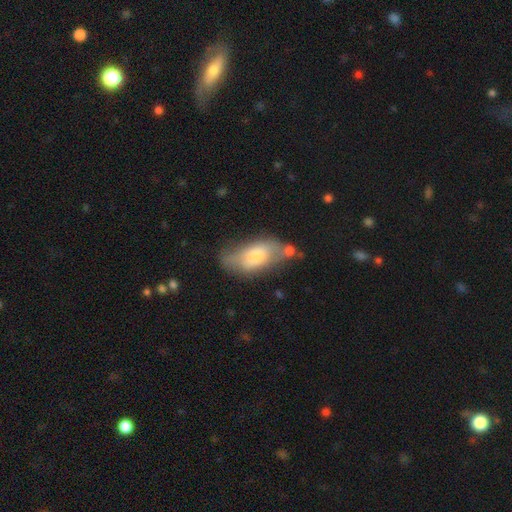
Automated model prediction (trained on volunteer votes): smooth-or-featured: smooth: 66% | featured or disk: 27% | star or artifact: 7%
  how-rounded: in between: 88% | cigar-shaped: 9% | round: 3%
  merging: none: 51% | minor disturbance: 29% | major disturbance: 11% | merger: 8%